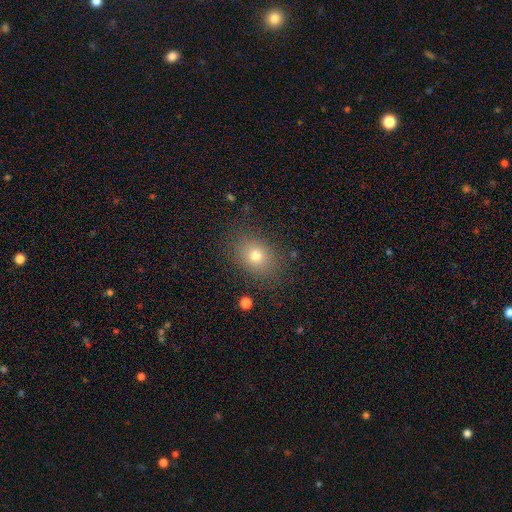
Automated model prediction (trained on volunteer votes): The model was most divided on "how rounded": in between: 57%, round: 42%, cigar-shaped: 1%. More confident: merging — none (82%); smooth or featured — smooth (75%).